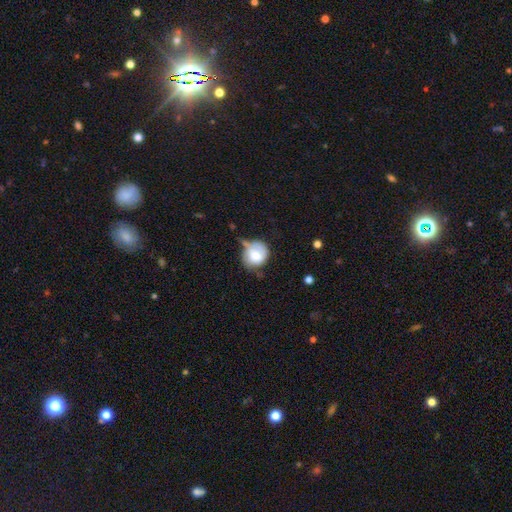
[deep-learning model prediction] A smooth galaxy with no disk features (55%) that is round (77%).

Vote fractions:
- Smooth or featured? smooth: 55% / featured or disk: 37% / star or artifact: 7%
- How rounded? round: 77% / in between: 22% / cigar-shaped: 1%
- Merging? minor disturbance: 35% / none: 33% / major disturbance: 23% / merger: 8%